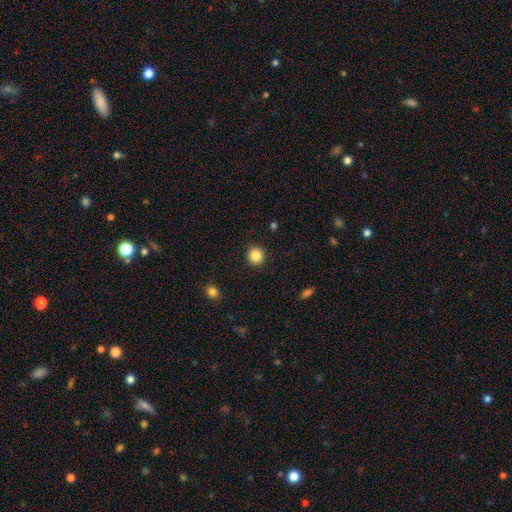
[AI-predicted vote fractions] Overall: smooth (86%). How rounded: round (93%). Merging: none (92%).